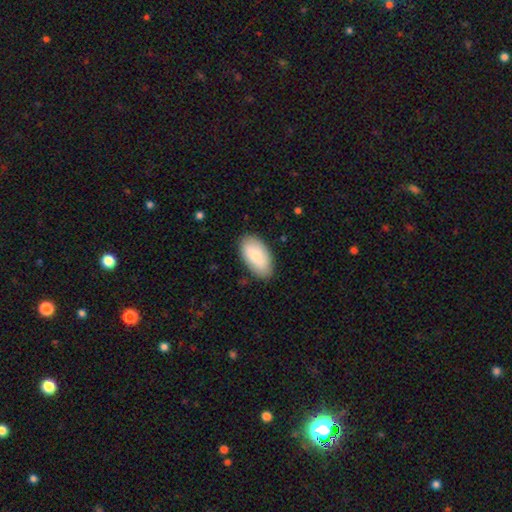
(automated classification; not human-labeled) smooth-or-featured: smooth: 78% | featured or disk: 16% | star or artifact: 6%
  how-rounded: in between: 95% | round: 3% | cigar-shaped: 2%
  merging: none: 84% | minor disturbance: 12% | major disturbance: 3% | merger: 1%